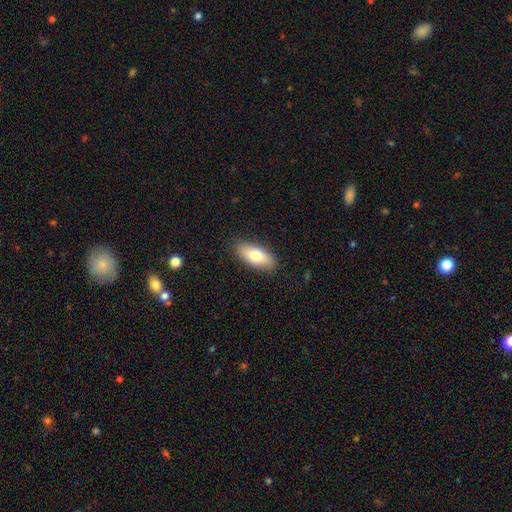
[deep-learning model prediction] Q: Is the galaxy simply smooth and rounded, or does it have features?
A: smooth — 74%.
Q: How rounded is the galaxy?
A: in between — 83%.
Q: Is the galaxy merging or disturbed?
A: none — 87%.